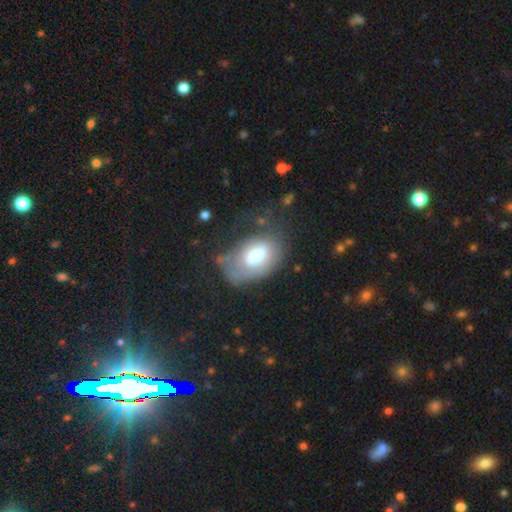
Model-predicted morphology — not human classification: type=smooth (56%); roundness=in between (87%); merging=none (43%).